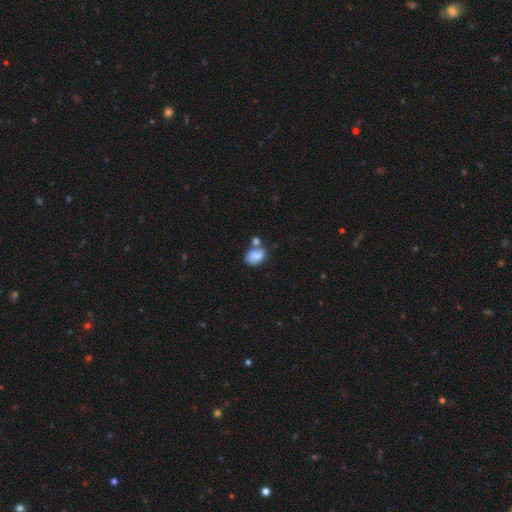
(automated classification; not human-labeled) Smooth or featured? Predicted: smooth (p=0.76). How rounded? Predicted: in between (p=0.74). Merging? Predicted: none (p=0.42).